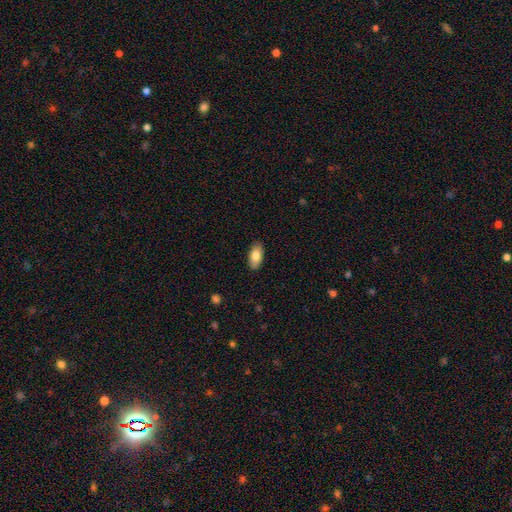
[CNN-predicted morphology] The model was most divided on "smooth or featured": smooth: 81%, featured or disk: 12%, star or artifact: 6%. More confident: how rounded — in between (91%); merging — none (88%).